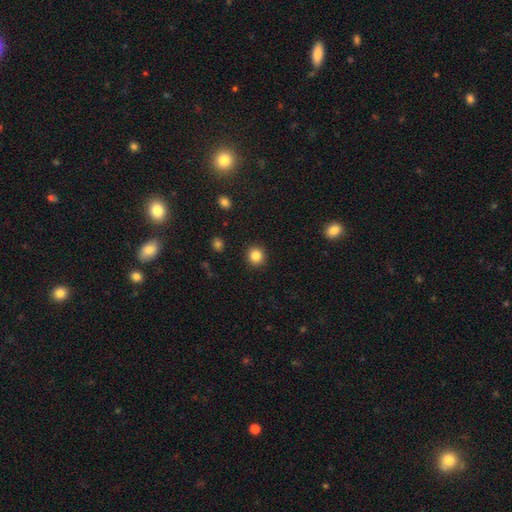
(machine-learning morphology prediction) smooth_or_featured: smooth (p=0.85) [alt: star or artifact p=0.11]
how_rounded: round (p=0.91) [alt: in between p=0.08]
merging: none (p=0.92) [alt: minor disturbance p=0.05]